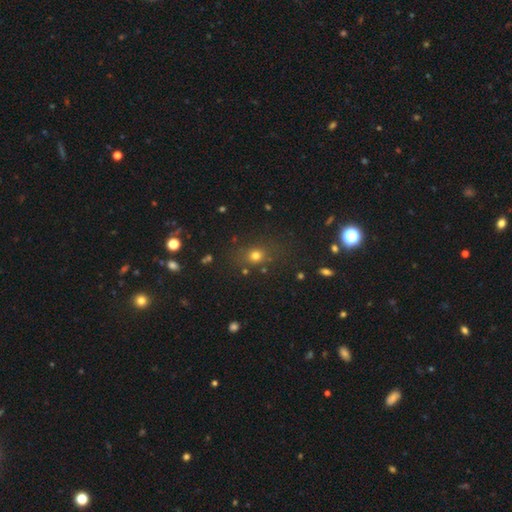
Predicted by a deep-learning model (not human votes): Smooth or featured: smooth — 72% (star or artifact — 19%)
How rounded: round — 63% (in between — 35%)
Merging: none — 78% (minor disturbance — 12%)